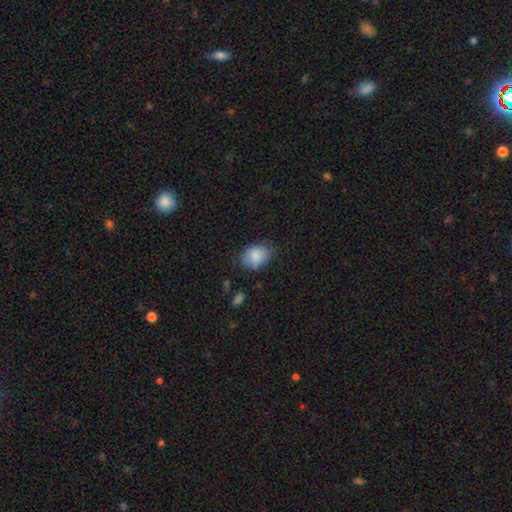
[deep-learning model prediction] smooth 85%, star or artifact 8%, featured or disk 7%. Down the decision tree: how rounded — in between (74%); merging — none (63%).